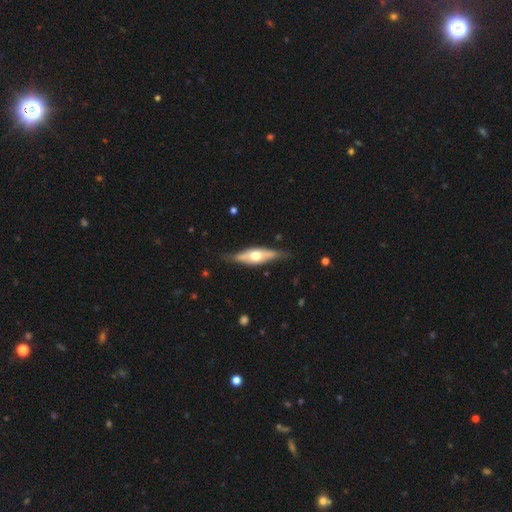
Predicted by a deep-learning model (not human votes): A featured or disk galaxy (63%) viewed edge-on (86%) with a rounded central bulge (91%).

Vote fractions:
- Smooth or featured? featured or disk: 63% / smooth: 32% / star or artifact: 5%
- Edge-on disk? yes: 86% / no: 14%
- Edge-on bulge? rounded: 91% / boxy: 7% / none: 3%
- Merging? none: 79% / minor disturbance: 16% / major disturbance: 4% / merger: 2%